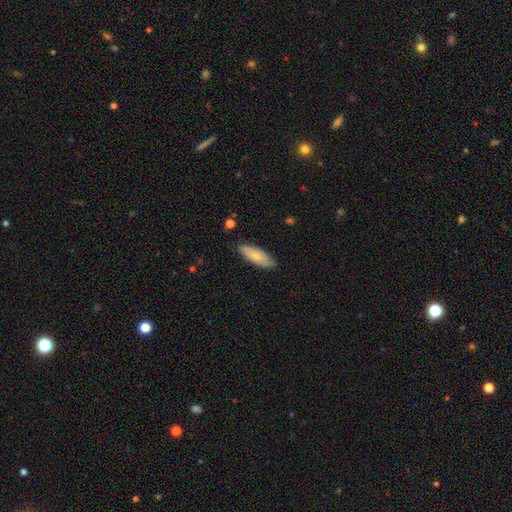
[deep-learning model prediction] smooth 72%, featured or disk 23%, star or artifact 6%. Down the decision tree: how rounded — in between (68%); merging — none (83%).